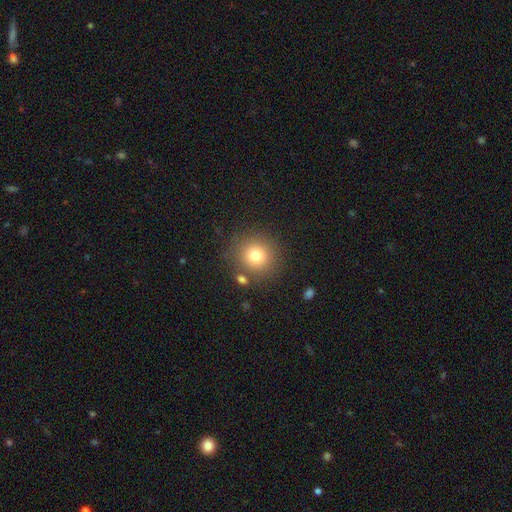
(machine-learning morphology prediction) Overall: smooth (77%). How rounded: round (92%). Merging: none (83%).